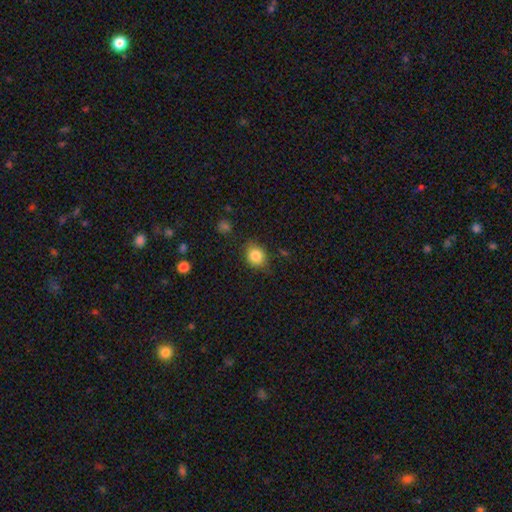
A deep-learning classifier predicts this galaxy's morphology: The model was most divided on "how rounded": round: 67%, in between: 32%, cigar-shaped: 1%. More confident: smooth or featured — smooth (83%); merging — none (75%).